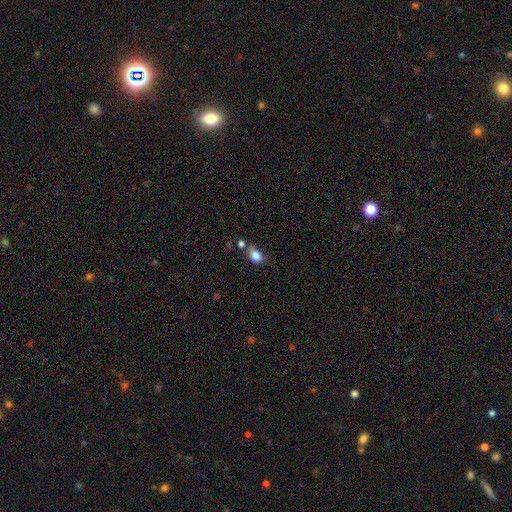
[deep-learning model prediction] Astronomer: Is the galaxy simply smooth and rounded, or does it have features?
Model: smooth — 84%.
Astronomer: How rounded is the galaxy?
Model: in between — 77%.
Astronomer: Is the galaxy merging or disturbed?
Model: none — 50%.